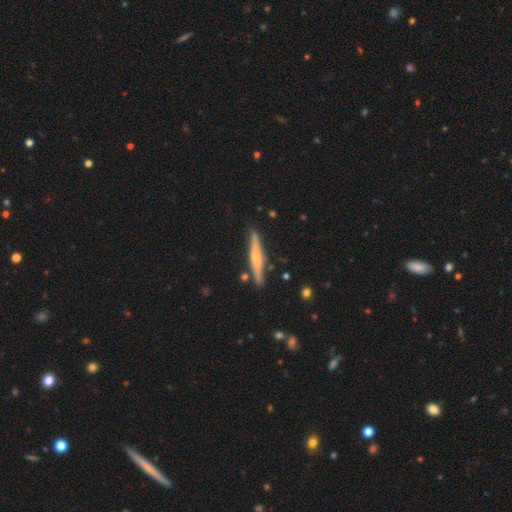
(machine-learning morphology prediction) Smooth or featured?
  - featured or disk: 68% *
  - smooth: 26%
  - star or artifact: 6%
Edge-on disk?
  - yes: 96% *
  - no: 4%
Edge-on bulge?
  - rounded: 84% *
  - none: 11%
  - boxy: 4%
Merging?
  - none: 86% *
  - minor disturbance: 9%
  - merger: 3%
  - major disturbance: 2%